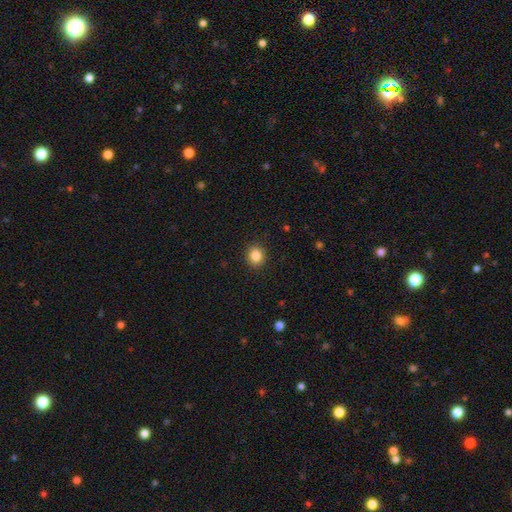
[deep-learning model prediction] Smooth or featured?
  - smooth: 85% *
  - star or artifact: 10%
  - featured or disk: 5%
How rounded?
  - round: 78% *
  - in between: 21%
  - cigar-shaped: 1%
Merging?
  - none: 90% *
  - minor disturbance: 7%
  - major disturbance: 2%
  - merger: 1%